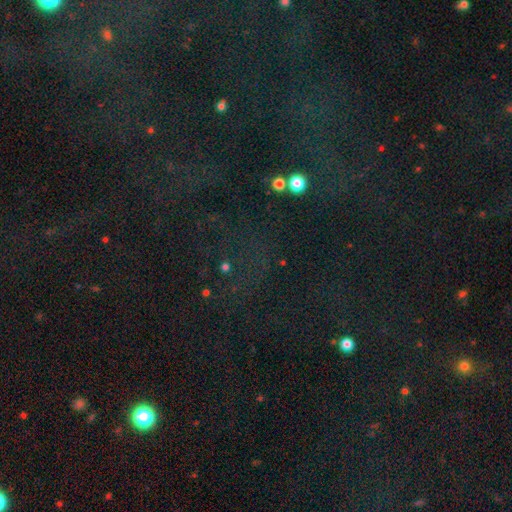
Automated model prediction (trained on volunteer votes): smooth-or-featured: star or artifact: 77% | smooth: 14% | featured or disk: 9%